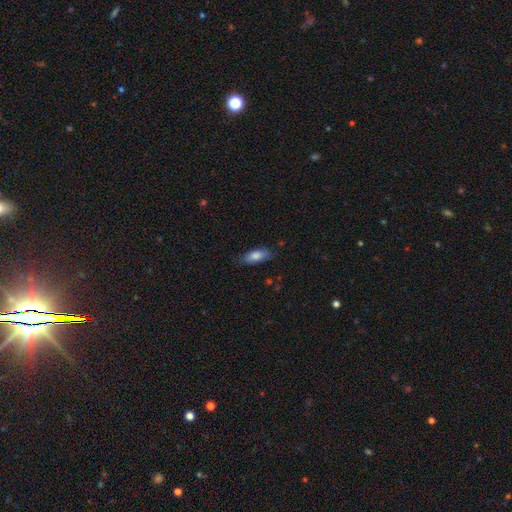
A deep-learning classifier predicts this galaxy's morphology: Smooth or featured? Predicted: smooth (p=0.81). How rounded? Predicted: in between (p=0.76). Merging? Predicted: none (p=0.78).